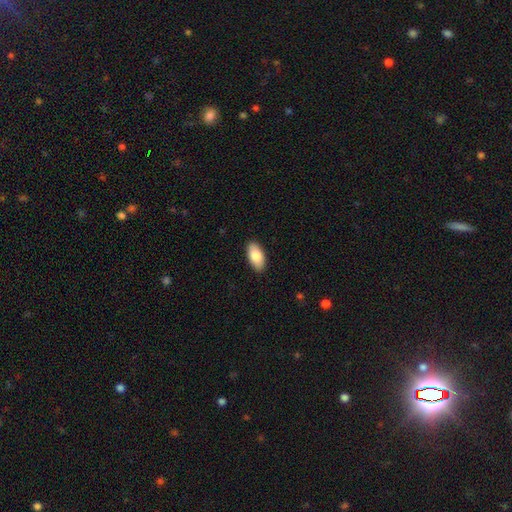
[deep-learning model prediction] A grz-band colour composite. It shows a smooth galaxy with no disk features (85%) that is in between round and cigar-shaped (92%). Merging: none (89%).